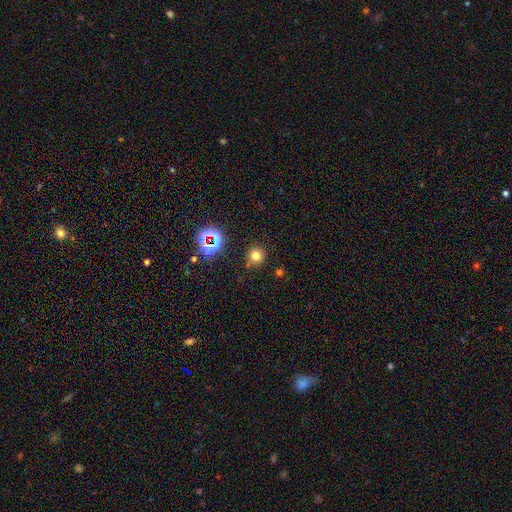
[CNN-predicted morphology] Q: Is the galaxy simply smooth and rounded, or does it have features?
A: smooth — 72%.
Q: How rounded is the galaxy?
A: round — 92%.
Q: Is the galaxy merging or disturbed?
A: none — 84%.